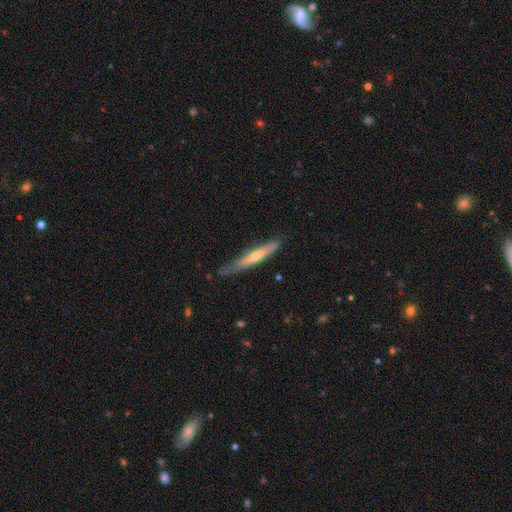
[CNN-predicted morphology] Q: Smooth or featured?
A: featured or disk (56%); runner-up: smooth (37%)
Q: Edge-on disk?
A: yes (91%); runner-up: no (9%)
Q: Edge-on bulge?
A: rounded (68%); runner-up: none (27%)
Q: Merging?
A: none (73%); runner-up: minor disturbance (21%)